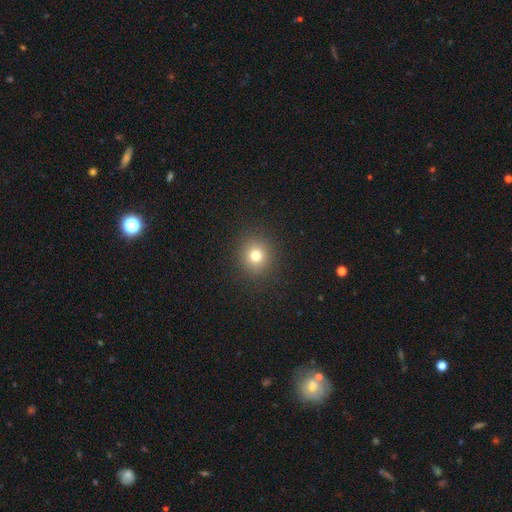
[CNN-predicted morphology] smooth-or-featured: smooth: 77% | star or artifact: 15% | featured or disk: 8%
  how-rounded: round: 89% | in between: 10% | cigar-shaped: 1%
  merging: none: 91% | minor disturbance: 6% | major disturbance: 3% | merger: 1%